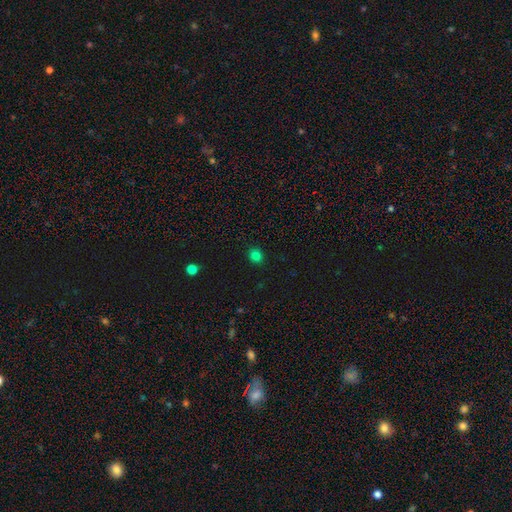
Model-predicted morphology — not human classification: Smooth or featured? Predicted: smooth (p=0.81). How rounded? Predicted: round (p=0.76). Merging? Predicted: none (p=0.91).